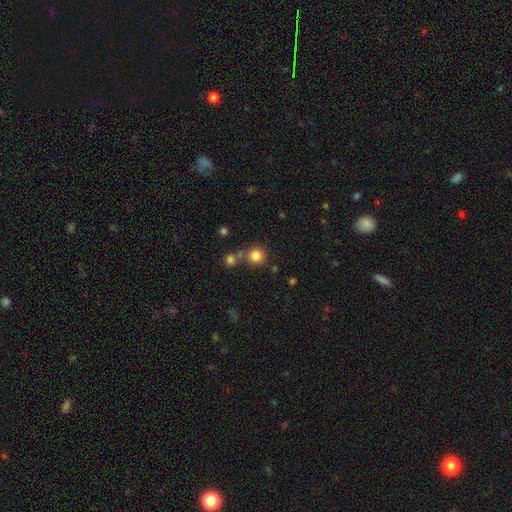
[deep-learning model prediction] Smooth or featured?
  - smooth: 82% *
  - star or artifact: 12%
  - featured or disk: 5%
How rounded?
  - round: 93% *
  - in between: 6%
  - cigar-shaped: 1%
Merging?
  - none: 72% *
  - merger: 17%
  - minor disturbance: 8%
  - major disturbance: 3%